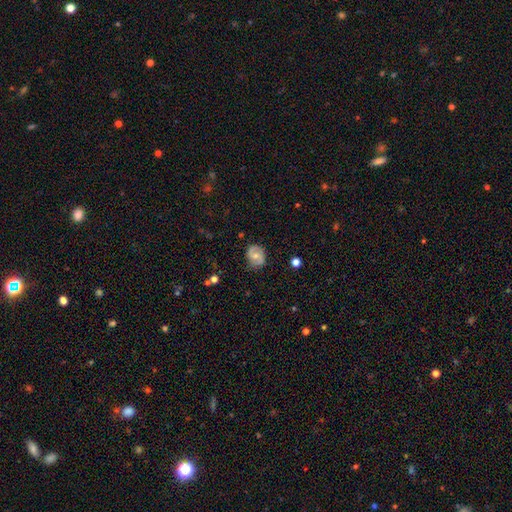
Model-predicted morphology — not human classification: Q: Smooth or featured?
A: featured or disk (52%); runner-up: smooth (41%)
Q: Edge-on disk?
A: no (97%); runner-up: yes (3%)
Q: Merging?
A: none (75%); runner-up: minor disturbance (19%)